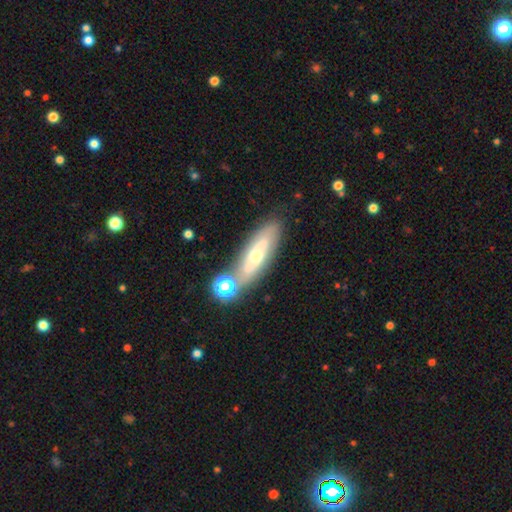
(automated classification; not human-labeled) A featured or disk galaxy (55%).

Vote fractions:
- Smooth or featured? featured or disk: 55% / smooth: 36% / star or artifact: 9%
- Edge-on disk? no: 65% / yes: 35%
- Merging? none: 67% / minor disturbance: 14% / merger: 13% / major disturbance: 5%